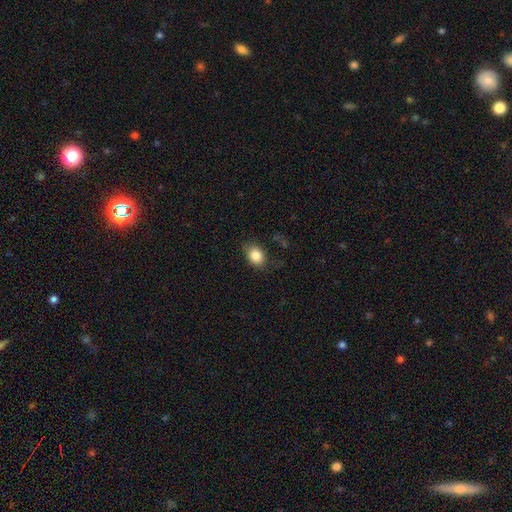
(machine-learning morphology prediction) Smooth or featured? smooth (84%)
How rounded? in between (64%)
Merging? none (76%)